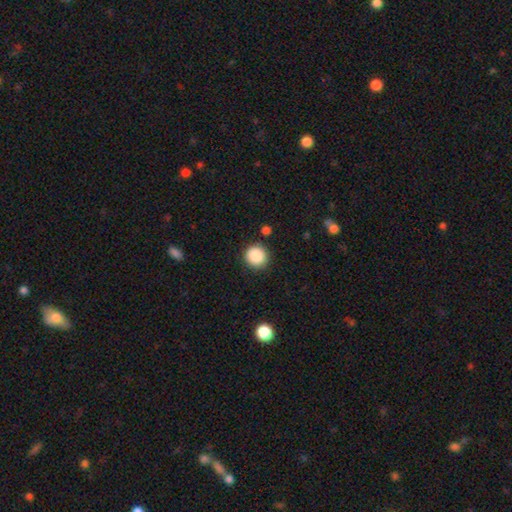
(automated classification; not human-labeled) Smooth or featured: smooth — 88% (star or artifact — 9%)
How rounded: round — 93% (in between — 6%)
Merging: none — 89% (minor disturbance — 7%)